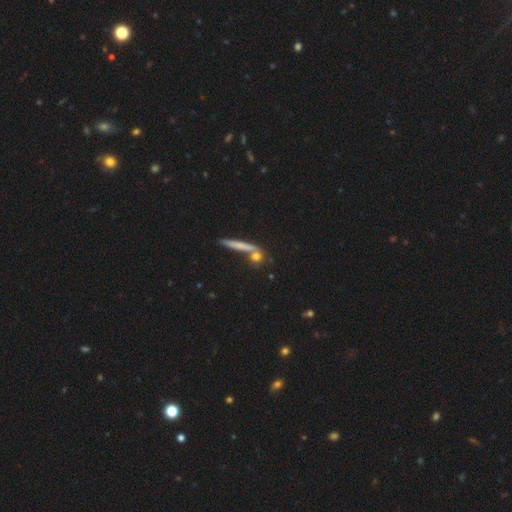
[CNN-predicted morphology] A smooth galaxy with no disk features (48%).

Vote fractions:
- Smooth or featured? smooth: 48% / featured or disk: 36% / star or artifact: 16%
- Merging? none: 67% / merger: 19% / minor disturbance: 10% / major disturbance: 5%